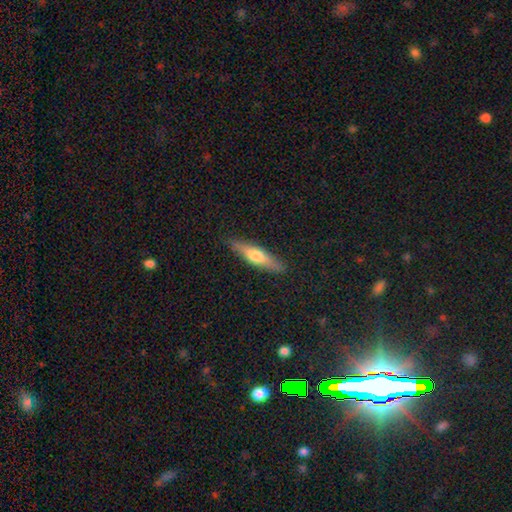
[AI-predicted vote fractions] smooth_or_featured: smooth (p=0.54) [alt: featured or disk p=0.40]
how_rounded: cigar-shaped (p=0.78) [alt: in between p=0.20]
merging: none (p=0.88) [alt: minor disturbance p=0.09]